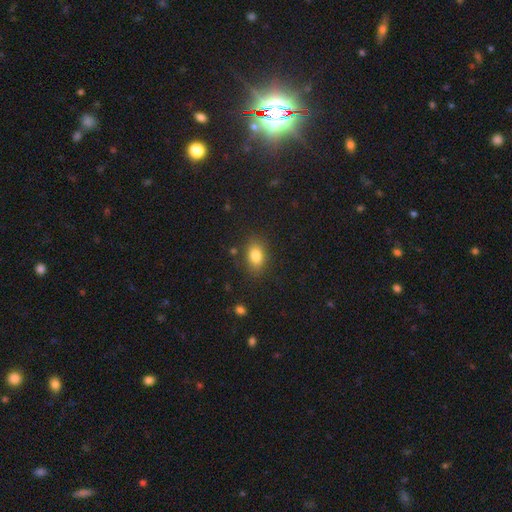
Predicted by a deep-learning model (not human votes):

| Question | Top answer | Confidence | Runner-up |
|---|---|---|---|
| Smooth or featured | smooth | 82% | star or artifact (10%) |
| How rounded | in between | 75% | round (23%) |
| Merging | none | 82% | minor disturbance (12%) |